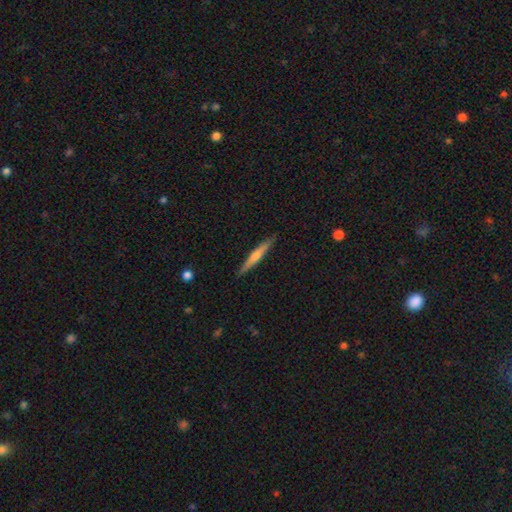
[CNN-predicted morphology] This appears to be a featured or disk galaxy (53%) viewed edge-on (97%) with a rounded central bulge (67%). Merging: none (90%).